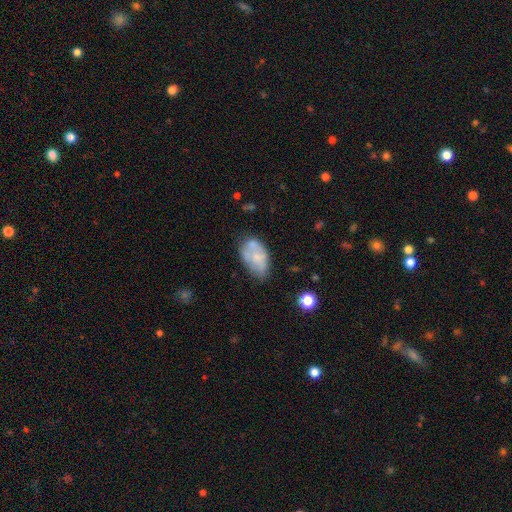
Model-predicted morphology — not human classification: A smooth galaxy with no disk features (55%) that is in between round and cigar-shaped (91%). Merging: none (43%).